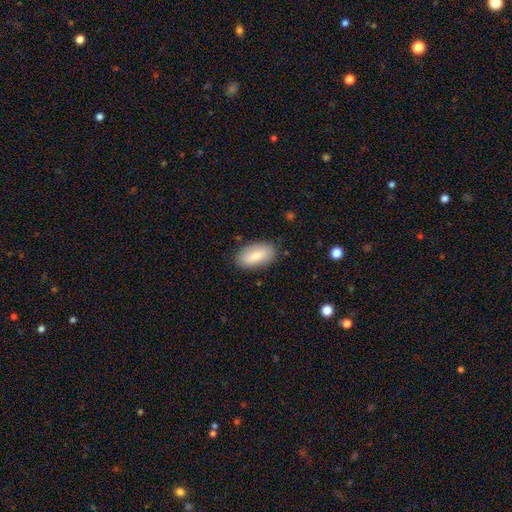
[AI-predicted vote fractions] The model was most divided on "smooth or featured": smooth: 80%, featured or disk: 14%, star or artifact: 6%. More confident: how rounded — in between (93%); merging — none (84%).